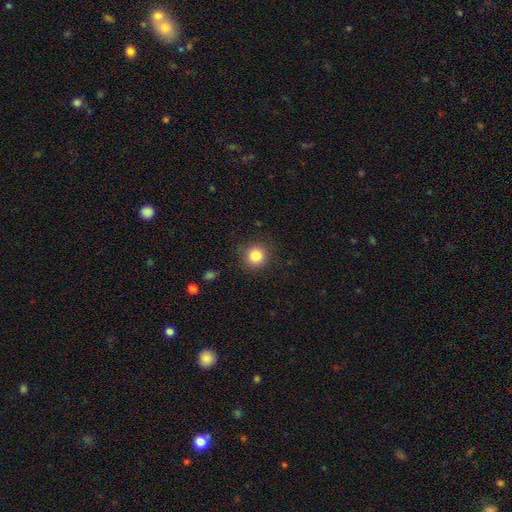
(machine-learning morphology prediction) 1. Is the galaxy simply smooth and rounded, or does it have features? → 83% smooth, 11% star or artifact, 6% featured or disk.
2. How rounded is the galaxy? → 91% round, 8% in between, 1% cigar-shaped.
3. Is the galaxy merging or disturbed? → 87% none, 9% minor disturbance, 3% major disturbance, 1% merger.